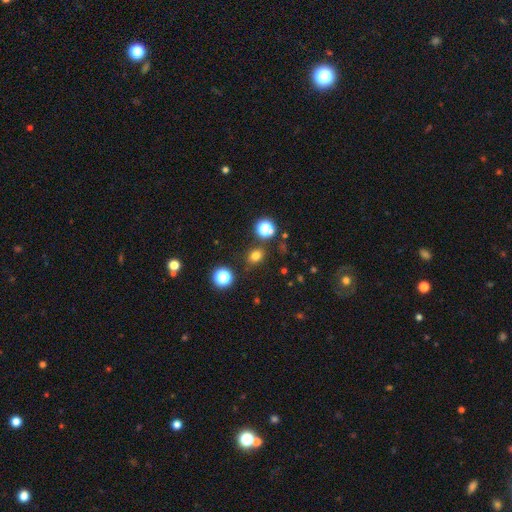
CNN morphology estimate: The model was most divided on "how rounded": round: 62%, in between: 37%, cigar-shaped: 1%. More confident: merging — none (83%); smooth or featured — smooth (74%).